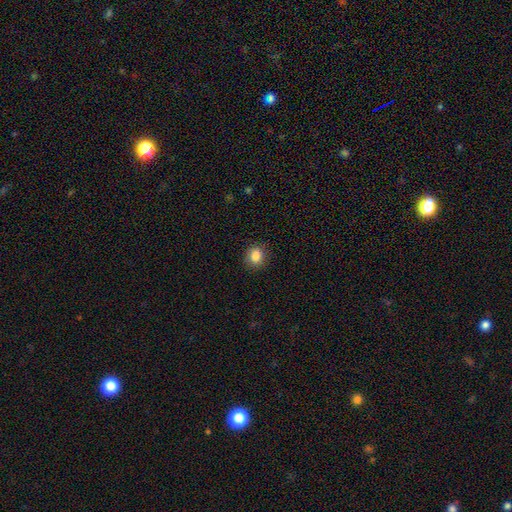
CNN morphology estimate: The model was most divided on "how rounded": round: 76%, in between: 23%, cigar-shaped: 1%. More confident: merging — none (88%); smooth or featured — smooth (85%).